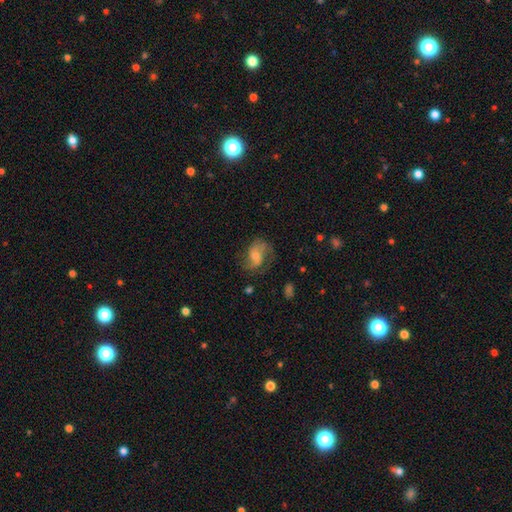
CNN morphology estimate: A featured or disk galaxy (60%) with no bar (47%), 2 (78%) medium (44%) spiral arms (87%) and a moderate central bulge (40%, tied with small). Merging: none (56%).